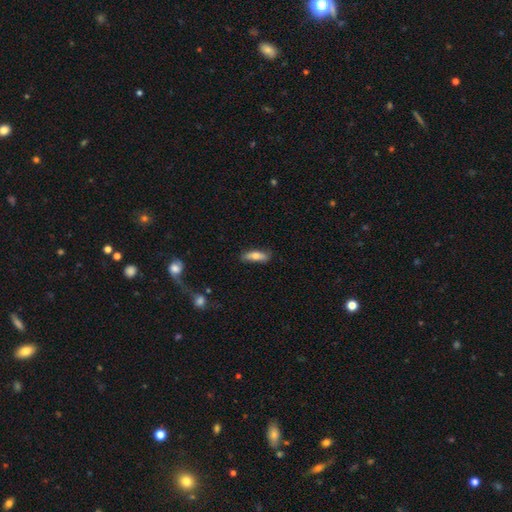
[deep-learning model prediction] This is likely a smooth galaxy (74%). How rounded: possibly in between (55%). Merging: likely none (76%).